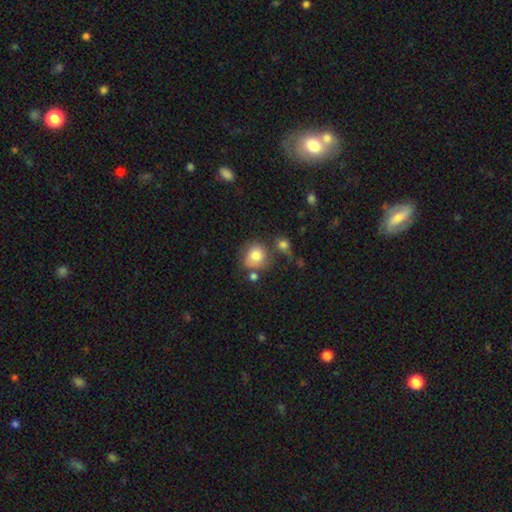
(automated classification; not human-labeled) Morphology: type=smooth (79%); roundness=round (77%); merging=none (54%).